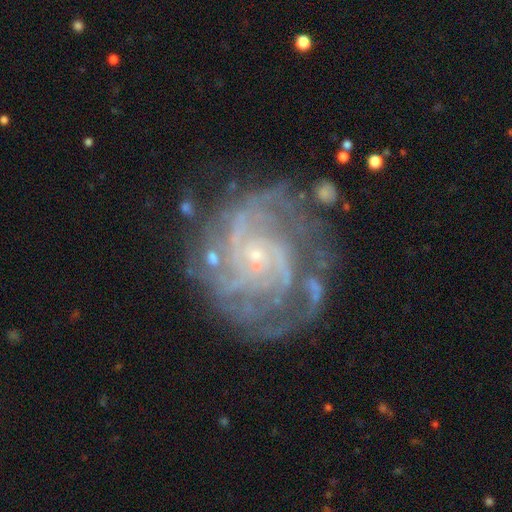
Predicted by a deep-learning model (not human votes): smooth_or_featured: featured or disk (p=0.88) [alt: star or artifact p=0.07]
disk_edge_on: no (p=0.98) [alt: yes p=0.02]
bar: no (p=0.69) [alt: weak p=0.25]
has_spiral_arms: yes (p=0.96) [alt: no p=0.04]
spiral_winding: tight (p=0.60) [alt: medium p=0.33]
spiral_arm_count: can't tell (p=0.25) [alt: 3 p=0.20]
bulge_size: small (p=0.85) [alt: moderate p=0.08]
merging: none (p=0.66) [alt: minor disturbance p=0.19]